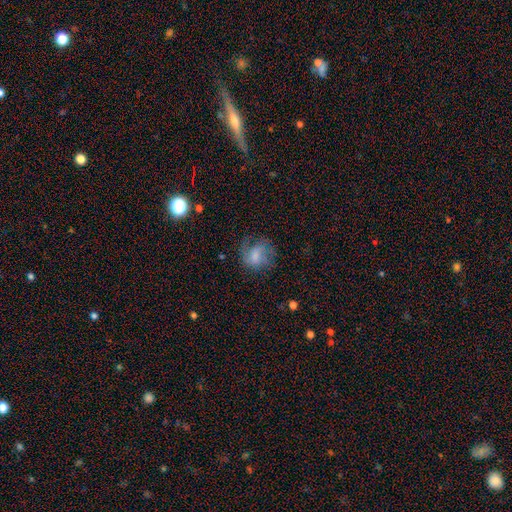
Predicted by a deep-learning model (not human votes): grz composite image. It shows a smooth galaxy with no disk features (49%). Merging: none (53%).